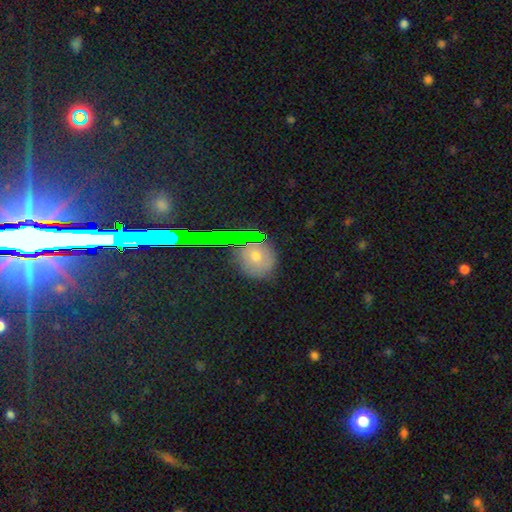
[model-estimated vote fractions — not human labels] smooth_or_featured: smooth (p=0.48) [alt: star or artifact p=0.33]
merging: none (p=0.80) [alt: minor disturbance p=0.12]